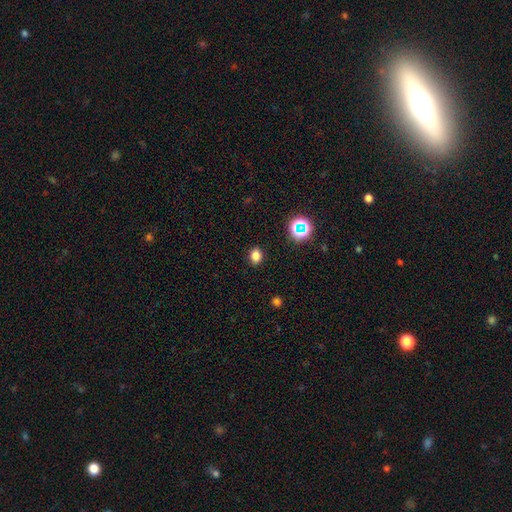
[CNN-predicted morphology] smooth-or-featured: smooth: 79% | star or artifact: 16% | featured or disk: 5%
  how-rounded: in between: 58% | round: 40% | cigar-shaped: 1%
  merging: none: 88% | minor disturbance: 8% | major disturbance: 2% | merger: 1%